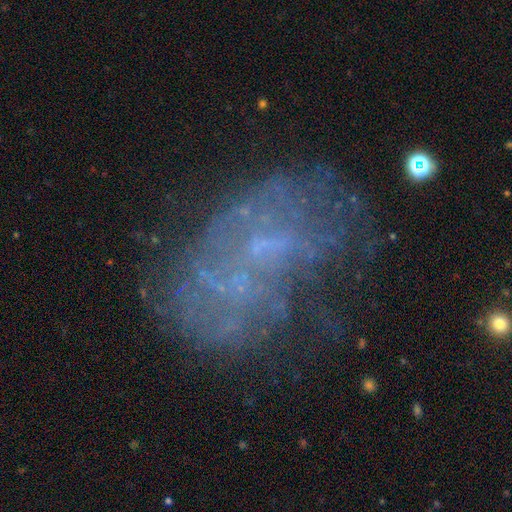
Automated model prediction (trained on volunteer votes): The model was most divided on "bulge size": none: 57%, small: 36%, moderate: 5%, large: 1%, dominant: 1%. Remaining: edge-on disk — no (97%); bar — no (79%); spiral arms — no (64%); smooth or featured — featured or disk (63%); merging — none (48%).